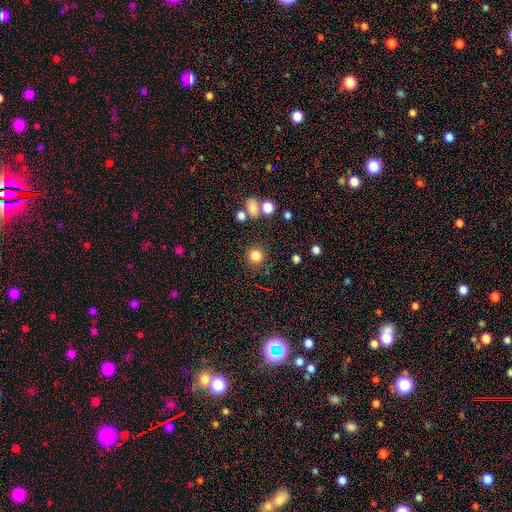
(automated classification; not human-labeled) Morphology: type=smooth (82%); roundness=round (92%); merging=none (83%).